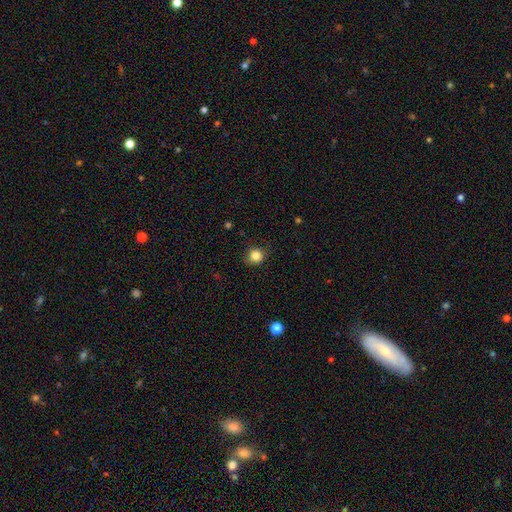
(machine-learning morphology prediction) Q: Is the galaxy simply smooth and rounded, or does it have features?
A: smooth — 84%.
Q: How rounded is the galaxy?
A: round — 87%.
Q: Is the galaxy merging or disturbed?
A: none — 85%.